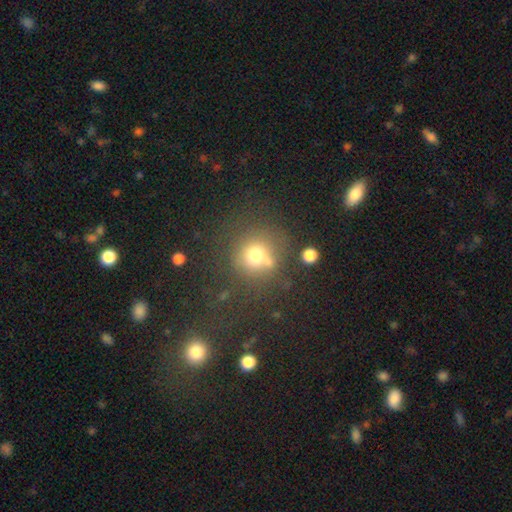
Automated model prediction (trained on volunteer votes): A smooth galaxy with no disk features (71%) that is round (88%).

Vote fractions:
- Smooth or featured? smooth: 71% / star or artifact: 17% / featured or disk: 13%
- How rounded? round: 88% / in between: 11% / cigar-shaped: 1%
- Merging? none: 64% / minor disturbance: 14% / merger: 13% / major disturbance: 9%